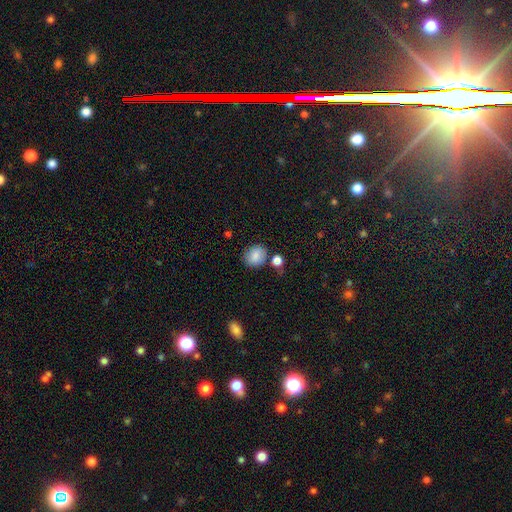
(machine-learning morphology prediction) Overall: smooth (83%). How rounded: round (68%; in between 31%). Merging: none (74%).